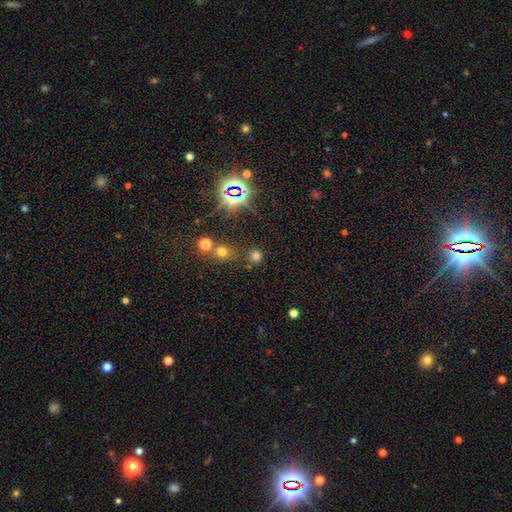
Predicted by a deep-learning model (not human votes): smooth 62%, star or artifact 32%, featured or disk 7%. Down the decision tree: how rounded — round (89%); merging — none (75%).